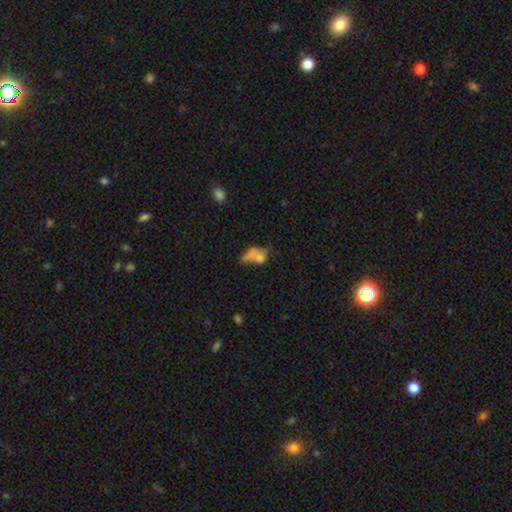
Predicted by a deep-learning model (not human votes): Morphology: type=smooth (66%); roundness=in between (66%); merging=merger (41%).